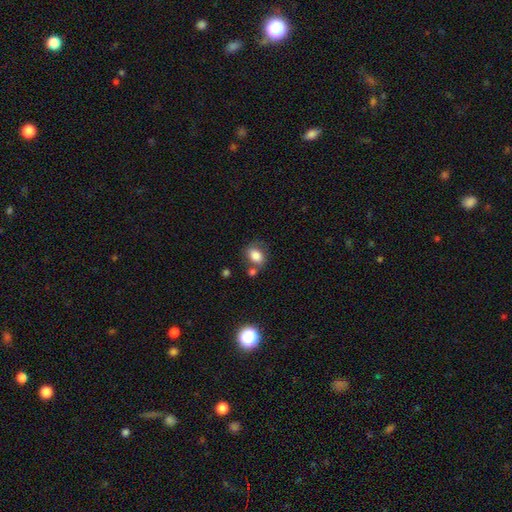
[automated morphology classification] Overall: smooth (80%). How rounded: in between (74%). Merging: none (55%; minor disturbance 19%).